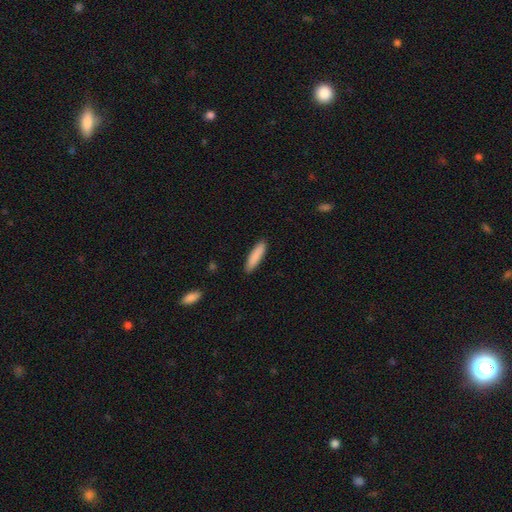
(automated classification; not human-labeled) smooth-or-featured: smooth: 87% | featured or disk: 7% | star or artifact: 6%
  how-rounded: cigar-shaped: 79% | in between: 20% | round: 1%
  merging: none: 90% | minor disturbance: 7% | major disturbance: 2% | merger: 1%